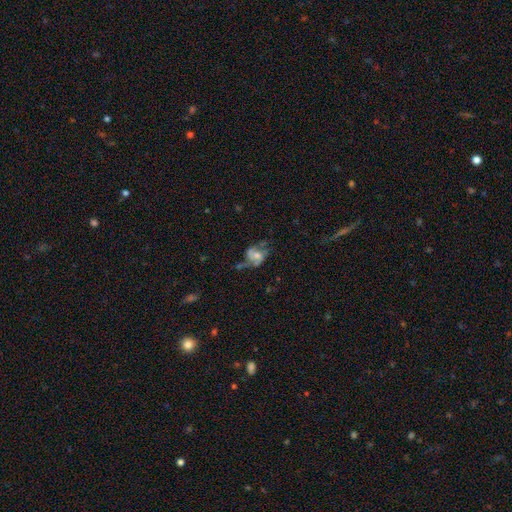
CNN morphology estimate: featured or disk 60%, smooth 29%, star or artifact 11%. Down the decision tree: edge-on disk — no (97%); bar — no (61%); spiral arms — yes (69%); bulge size — moderate (45%); merging — none (37%).